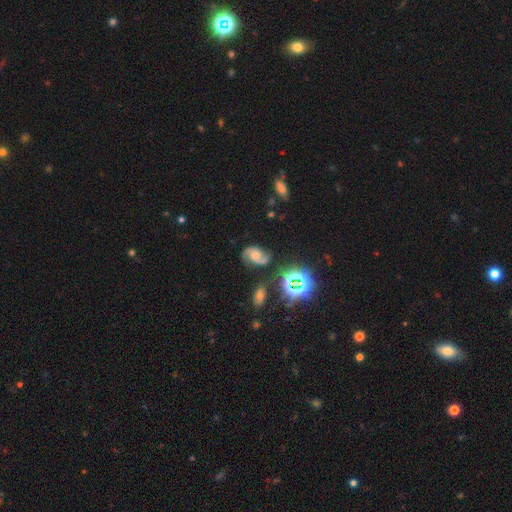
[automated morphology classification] type=featured or disk (69%); edge-on=no (97%); bar=no (60%); spiral arms=yes (95%); winding=medium (53%); arm count=2 (88%); bulge=moderate (57%); merging=none (70%).